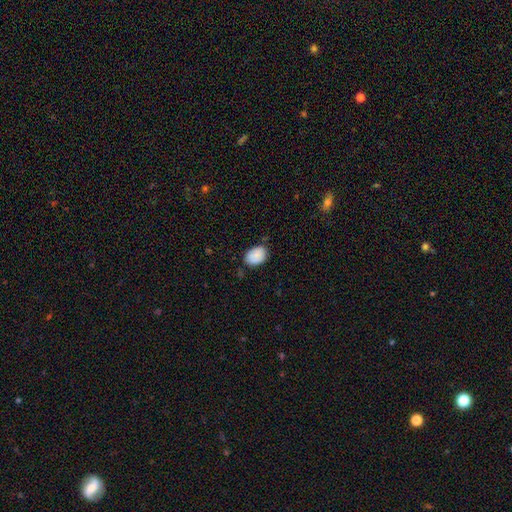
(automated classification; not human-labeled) Smooth or featured?
  - smooth: 87% *
  - star or artifact: 7%
  - featured or disk: 6%
How rounded?
  - in between: 84% *
  - round: 15%
  - cigar-shaped: 1%
Merging?
  - none: 73% *
  - minor disturbance: 21%
  - major disturbance: 3%
  - merger: 2%